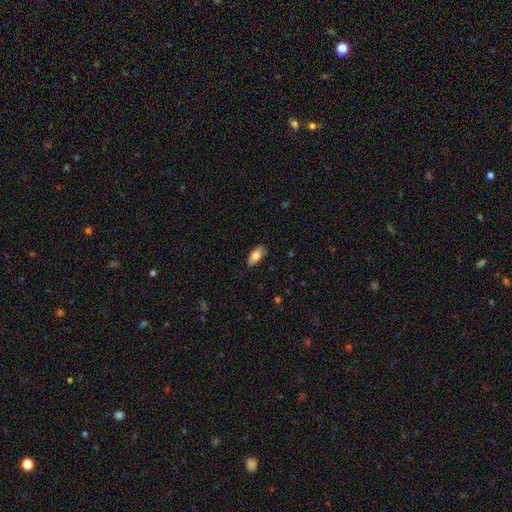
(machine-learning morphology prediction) smooth_or_featured: smooth (p=0.78) [alt: featured or disk p=0.16]
how_rounded: in between (p=0.87) [alt: cigar-shaped p=0.11]
merging: none (p=0.85) [alt: minor disturbance p=0.12]